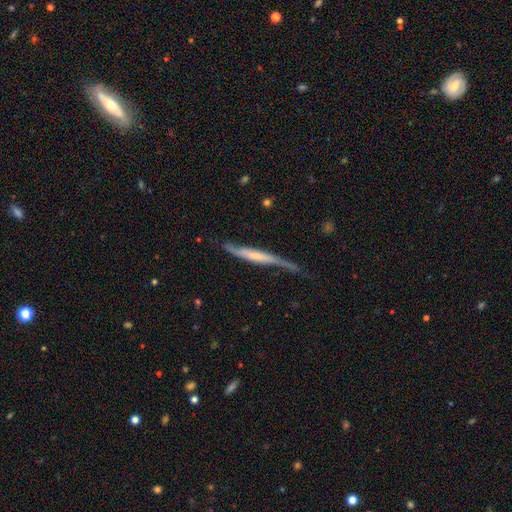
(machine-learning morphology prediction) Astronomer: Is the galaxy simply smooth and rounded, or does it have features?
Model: featured or disk — 66%.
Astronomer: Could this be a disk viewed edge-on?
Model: yes — 76%.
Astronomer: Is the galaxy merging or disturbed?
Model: none — 51% (runner-up: minor disturbance, 31%).